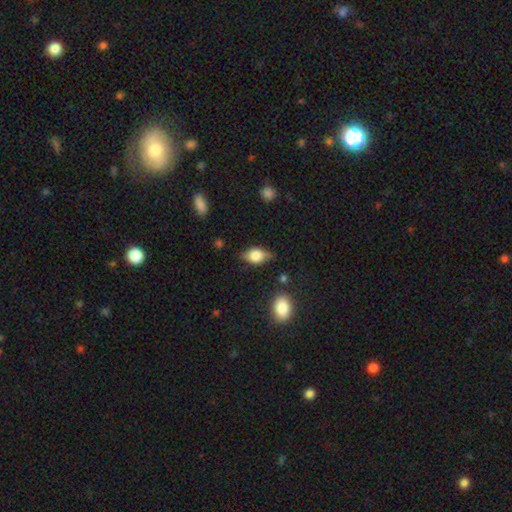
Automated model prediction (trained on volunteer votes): Morphology: type=smooth (69%); roundness=in between (85%); merging=none (76%).